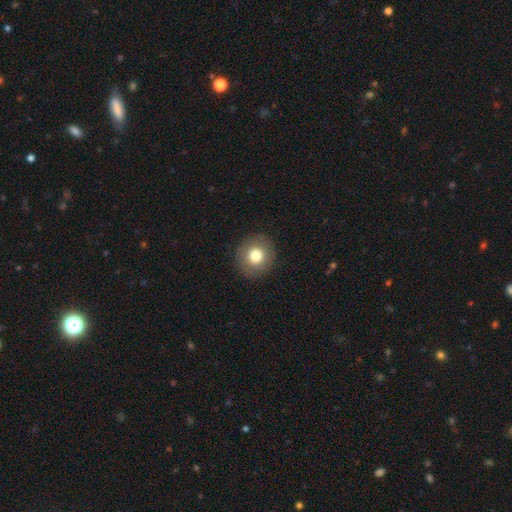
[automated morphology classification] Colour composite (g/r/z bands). It shows a smooth galaxy with no disk features (78%) that is round (91%). Merging: none (91%).